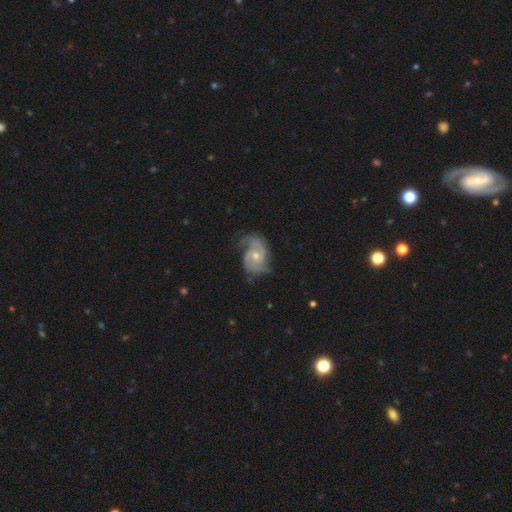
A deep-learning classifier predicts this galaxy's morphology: Smooth or featured: featured or disk — 84% (smooth — 11%)
Edge-on disk: no — 97% (yes — 3%)
Bar: no — 66% (weak — 29%)
Spiral arms: yes — 95% (no — 5%)
Spiral winding: medium — 46% (tight — 30%)
Spiral arm count: 2 — 71% (can't tell — 10%)
Bulge size: moderate — 58% (small — 38%)
Merging: none — 56% (minor disturbance — 27%)